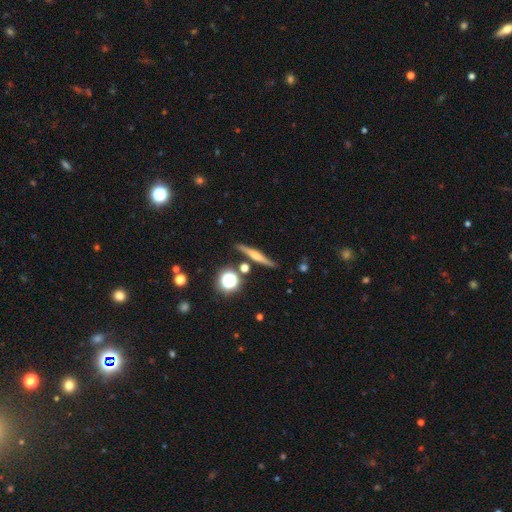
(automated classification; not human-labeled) smooth-or-featured: featured or disk: 65% | smooth: 24% | star or artifact: 10%
  disk-edge-on: yes: 96% | no: 4%
    edge-on-bulge: rounded: 82% | none: 11% | boxy: 7%
  merging: none: 87% | minor disturbance: 8% | merger: 3% | major disturbance: 2%